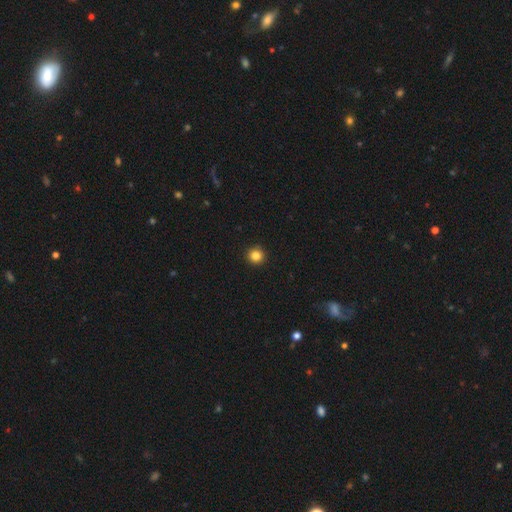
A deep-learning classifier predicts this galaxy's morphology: The model was most divided on "smooth or featured": smooth: 83%, star or artifact: 12%, featured or disk: 5%. More confident: how rounded — round (95%); merging — none (94%).